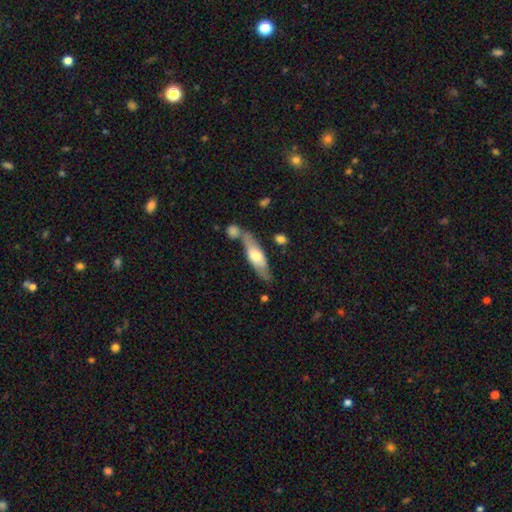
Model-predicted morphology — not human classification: The model was most divided on "smooth or featured": smooth: 50%, featured or disk: 45%, star or artifact: 5%. More confident: merging — none (61%).